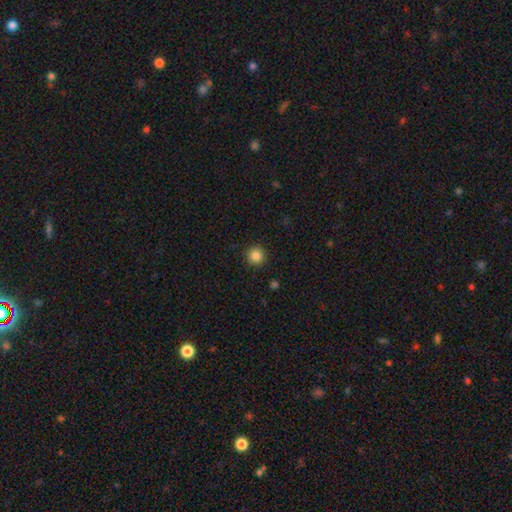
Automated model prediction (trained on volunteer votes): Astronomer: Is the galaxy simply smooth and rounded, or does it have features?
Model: smooth — 85%.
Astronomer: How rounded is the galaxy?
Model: round — 95%.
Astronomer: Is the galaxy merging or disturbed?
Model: none — 92%.